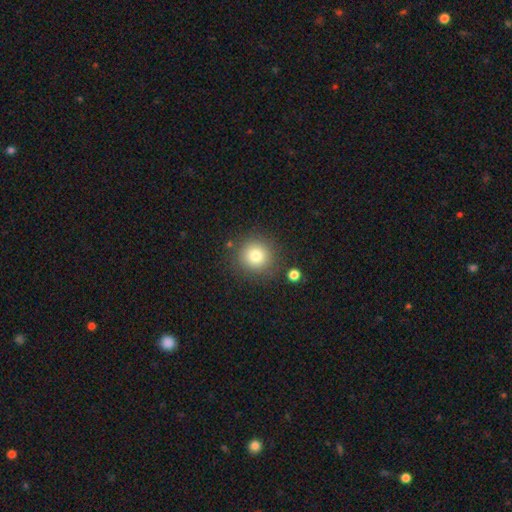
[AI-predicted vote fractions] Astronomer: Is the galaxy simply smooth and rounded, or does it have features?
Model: smooth — 79%.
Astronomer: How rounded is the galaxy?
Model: round — 92%.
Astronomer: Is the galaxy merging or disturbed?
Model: none — 84%.